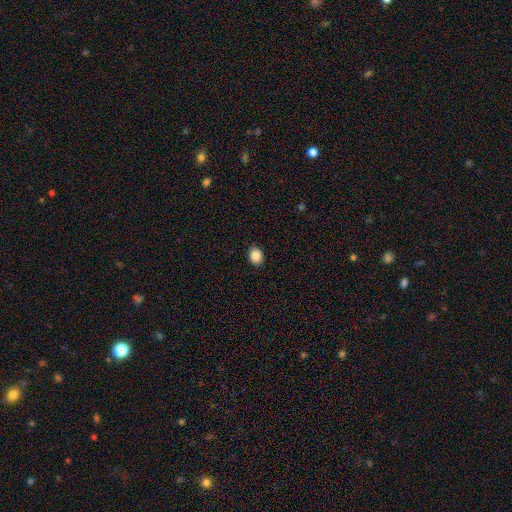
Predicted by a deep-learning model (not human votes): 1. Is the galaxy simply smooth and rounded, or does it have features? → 87% smooth, 9% star or artifact, 4% featured or disk.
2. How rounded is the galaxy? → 52% in between, 48% round, 1% cigar-shaped.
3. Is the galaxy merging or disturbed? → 91% none, 7% minor disturbance, 2% major disturbance, 1% merger.